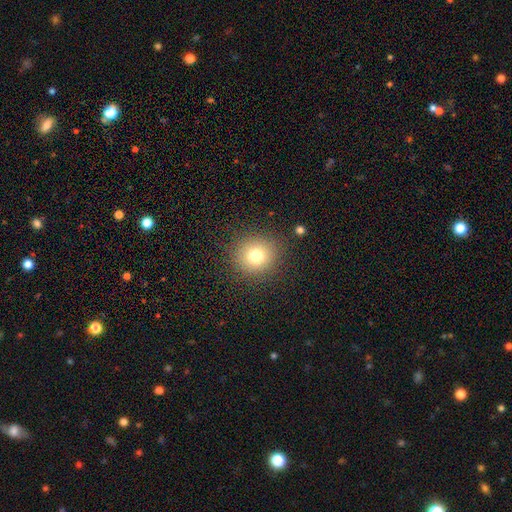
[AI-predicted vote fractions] Smooth or featured?
  - smooth: 75% *
  - star or artifact: 15%
  - featured or disk: 10%
How rounded?
  - round: 90% *
  - in between: 9%
  - cigar-shaped: 1%
Merging?
  - none: 87% *
  - minor disturbance: 8%
  - major disturbance: 4%
  - merger: 1%